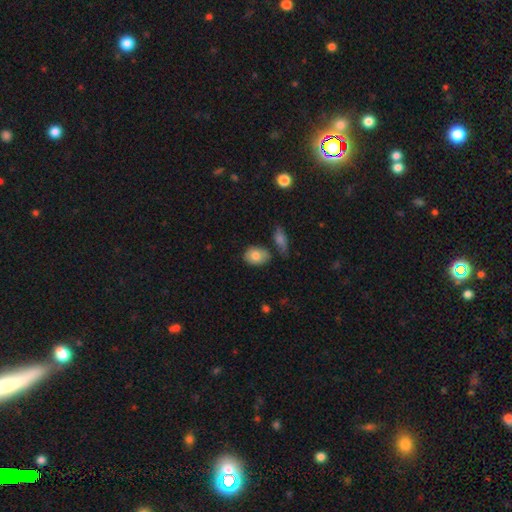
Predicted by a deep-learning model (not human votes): This appears to be a smooth galaxy with no disk features (79%) that is in between round and cigar-shaped (76%). Merging: none (65%).